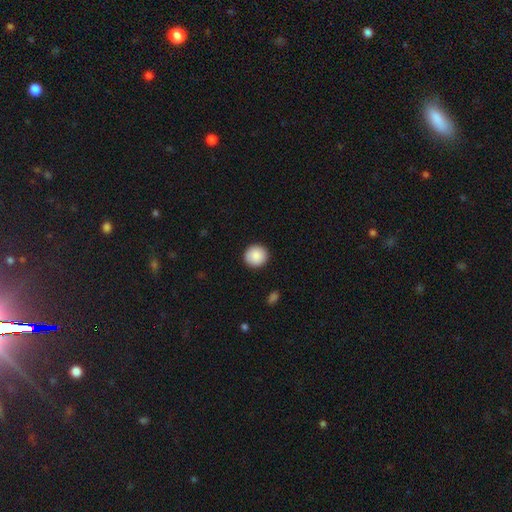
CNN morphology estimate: Overall: smooth (89%). How rounded: round (94%). Merging: none (92%).